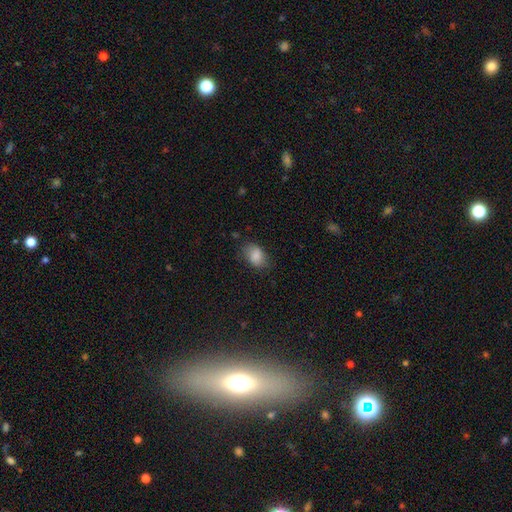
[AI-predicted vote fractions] A smooth galaxy with no disk features (83%) that is in between round and cigar-shaped (82%). Merging: none (72%).